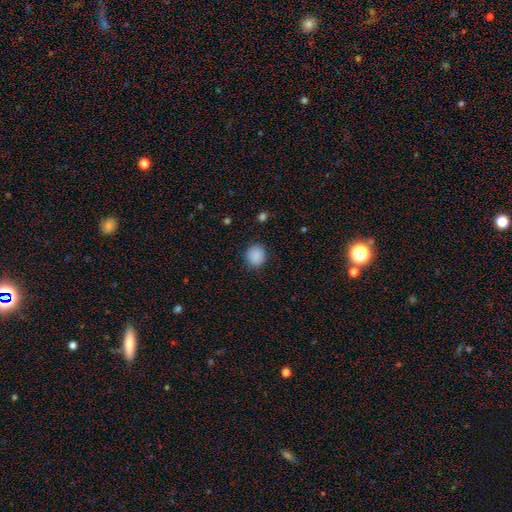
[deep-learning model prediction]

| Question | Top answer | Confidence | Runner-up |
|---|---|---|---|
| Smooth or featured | smooth | 89% | star or artifact (8%) |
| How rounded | round | 78% | in between (21%) |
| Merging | none | 87% | minor disturbance (9%) |